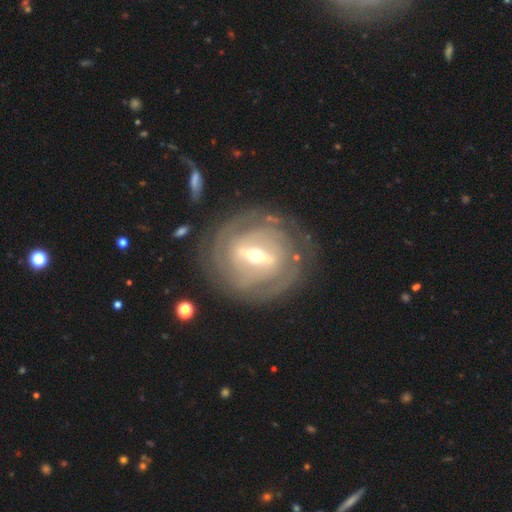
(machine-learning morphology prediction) Smooth or featured? featured or disk (87%)
Edge-on disk? no (93%)
Bar? strong (64%)
Spiral arms? yes (90%)
Spiral winding? tight (79%)
Spiral arm count? can't tell (38%)
Bulge size? moderate (60%)
Merging? none (80%)